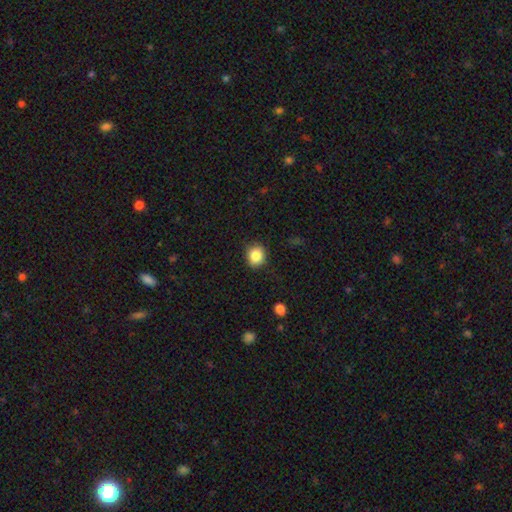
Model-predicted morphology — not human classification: The model was most divided on "how rounded": round: 74%, in between: 25%, cigar-shaped: 1%. More confident: smooth or featured — smooth (86%); merging — none (84%).